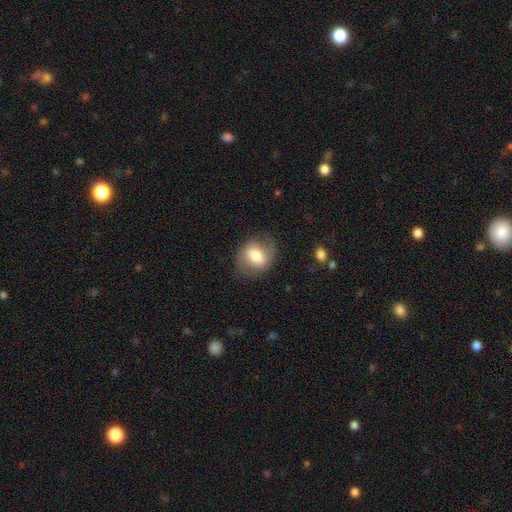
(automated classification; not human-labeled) A smooth galaxy with no disk features (55%) that is in between round and cigar-shaped (52%). Merging: none (73%).